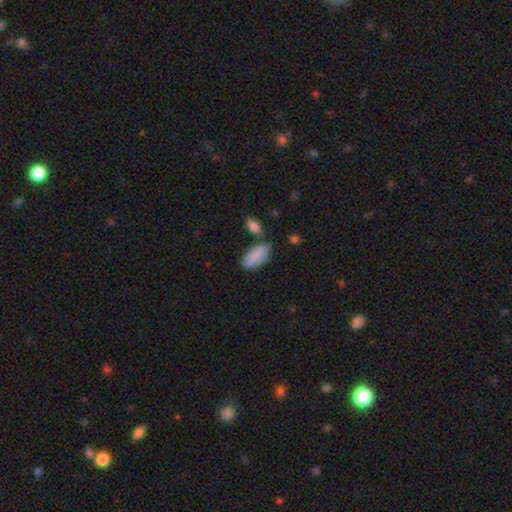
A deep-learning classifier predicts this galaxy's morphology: A smooth galaxy with no disk features (86%) that is in between round and cigar-shaped (90%).

Vote fractions:
- Smooth or featured? smooth: 86% / featured or disk: 8% / star or artifact: 6%
- How rounded? in between: 90% / cigar-shaped: 8% / round: 2%
- Merging? none: 70% / minor disturbance: 17% / merger: 9% / major disturbance: 4%